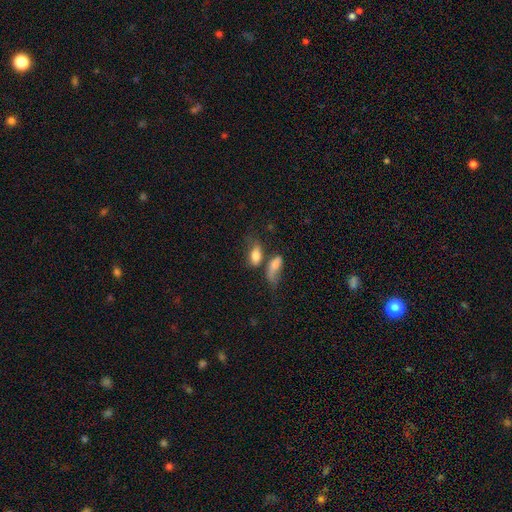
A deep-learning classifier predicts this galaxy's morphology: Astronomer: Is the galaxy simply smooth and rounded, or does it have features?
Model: smooth — 79%.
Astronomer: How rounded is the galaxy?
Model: in between — 84%.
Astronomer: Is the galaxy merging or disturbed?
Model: merger — 37% (runner-up: none, 31%).